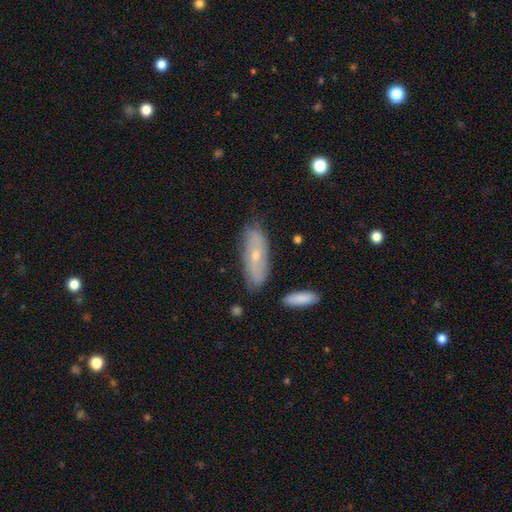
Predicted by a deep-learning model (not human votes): Smooth or featured? featured or disk (50%)
Merging? none (74%)